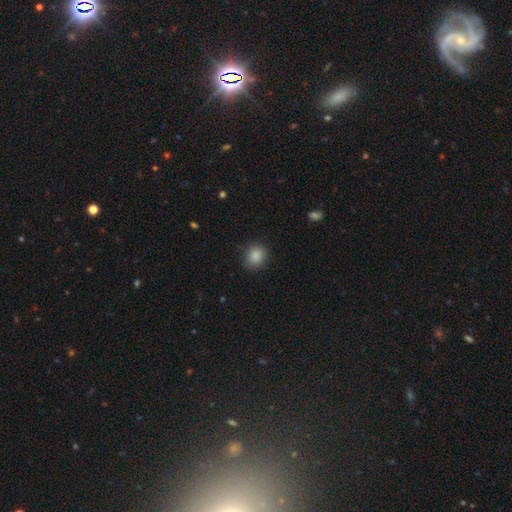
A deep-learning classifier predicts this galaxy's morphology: A smooth galaxy with no disk features (87%) that is round (70%).

Vote fractions:
- Smooth or featured? smooth: 87% / star or artifact: 9% / featured or disk: 4%
- How rounded? round: 70% / in between: 30% / cigar-shaped: 1%
- Merging? none: 87% / minor disturbance: 10% / major disturbance: 3% / merger: 1%